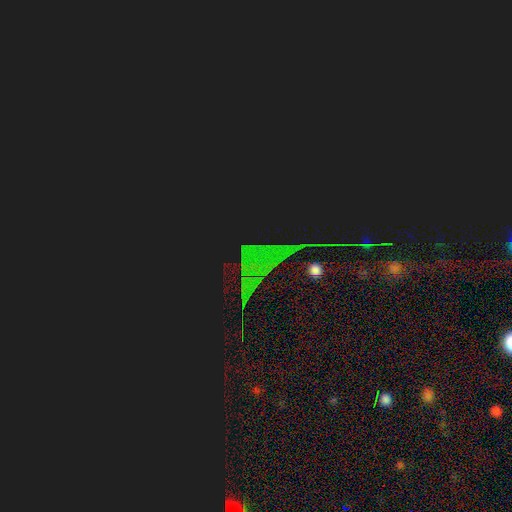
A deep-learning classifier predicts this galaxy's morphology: smooth-or-featured: star or artifact: 82% | smooth: 11% | featured or disk: 8%